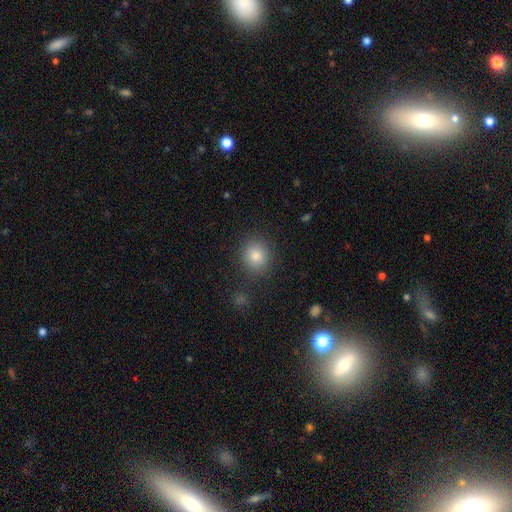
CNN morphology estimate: This appears to be a smooth galaxy with no disk features (81%) that is round (75%). Merging: none (87%).